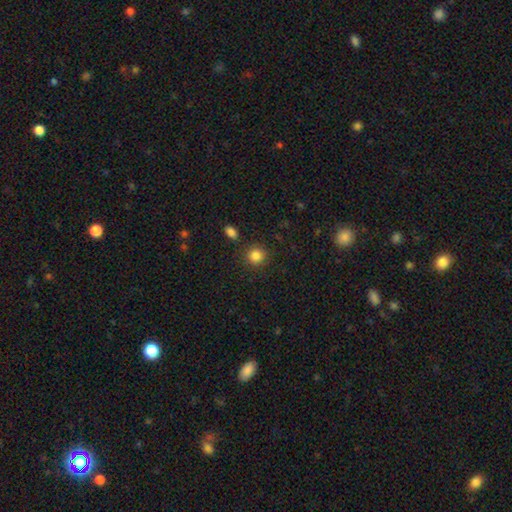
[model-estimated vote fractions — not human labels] Morphology: type=smooth (85%); roundness=round (89%); merging=none (86%).